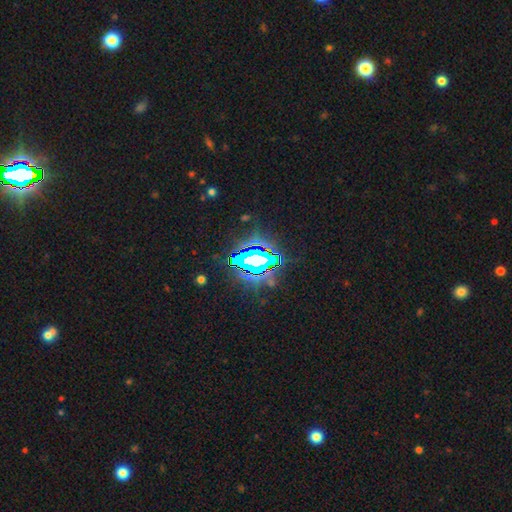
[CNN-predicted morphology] Smooth or featured?
  - star or artifact: 74% *
  - featured or disk: 14%
  - smooth: 12%